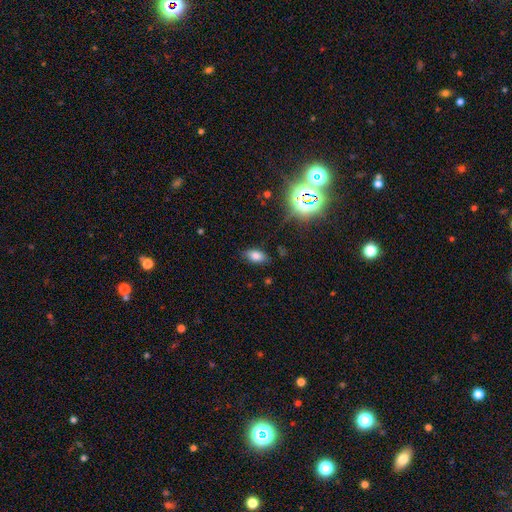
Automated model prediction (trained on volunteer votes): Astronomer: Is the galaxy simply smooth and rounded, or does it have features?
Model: smooth — 76%.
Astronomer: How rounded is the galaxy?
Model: in between — 89%.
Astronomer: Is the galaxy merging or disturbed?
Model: none — 81%.